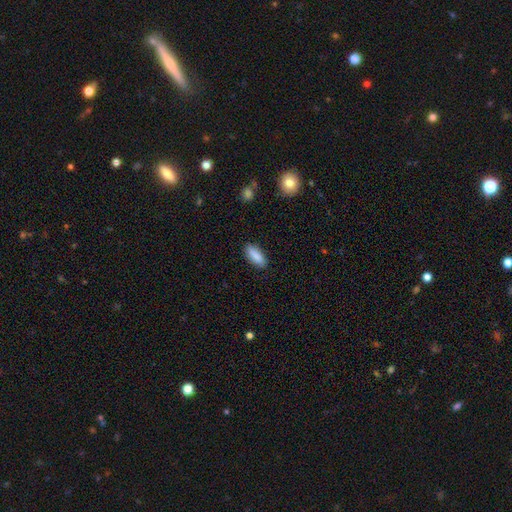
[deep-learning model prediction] The model was most divided on "how rounded": in between: 75%, cigar-shaped: 23%, round: 2%. More confident: smooth or featured — smooth (89%); merging — none (88%).